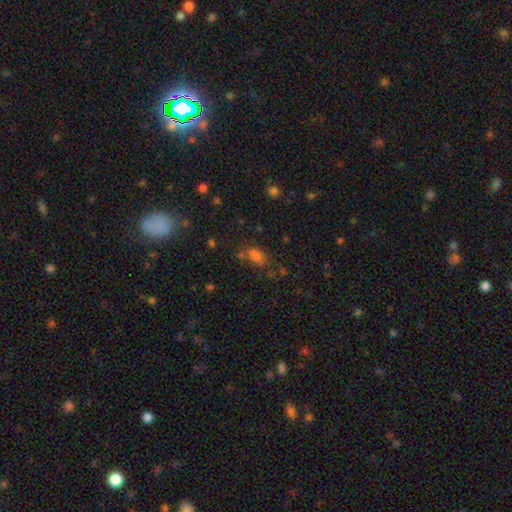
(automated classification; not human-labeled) smooth 72%, star or artifact 19%, featured or disk 9%. Down the decision tree: how rounded — in between (78%); merging — none (55%).